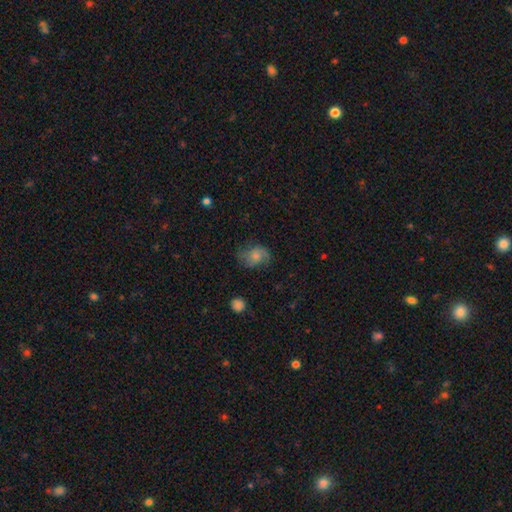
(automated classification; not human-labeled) Smooth or featured? Predicted: smooth (p=0.55). How rounded? Predicted: in between (p=0.55). Merging? Predicted: none (p=0.59).